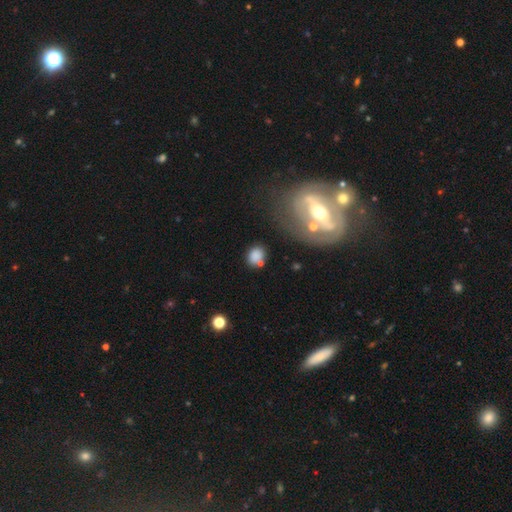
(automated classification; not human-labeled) Smooth or featured?
  - smooth: 79% *
  - star or artifact: 11%
  - featured or disk: 9%
How rounded?
  - round: 57% *
  - in between: 41%
  - cigar-shaped: 2%
Merging?
  - none: 63% *
  - minor disturbance: 18%
  - merger: 13%
  - major disturbance: 7%